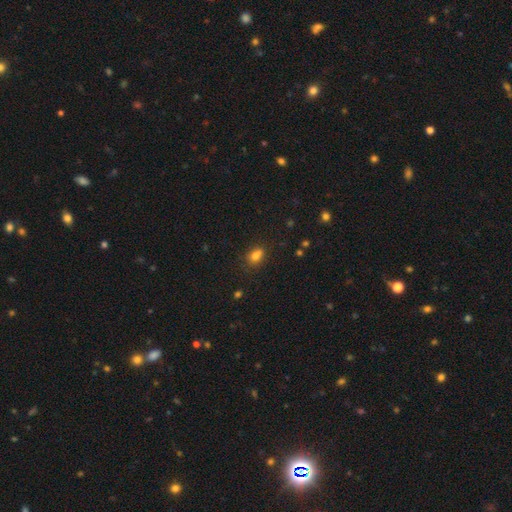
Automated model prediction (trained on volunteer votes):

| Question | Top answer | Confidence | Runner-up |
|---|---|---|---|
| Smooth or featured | smooth | 78% | star or artifact (14%) |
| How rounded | in between | 64% | round (34%) |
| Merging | none | 59% | minor disturbance (19%) |